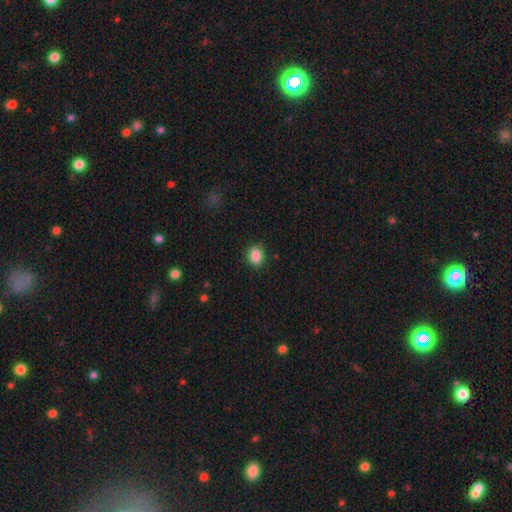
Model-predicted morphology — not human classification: Smooth or featured?
  - smooth: 87% *
  - star or artifact: 9%
  - featured or disk: 3%
How rounded?
  - round: 64% *
  - in between: 35%
  - cigar-shaped: 1%
Merging?
  - none: 89% *
  - minor disturbance: 8%
  - major disturbance: 2%
  - merger: 1%